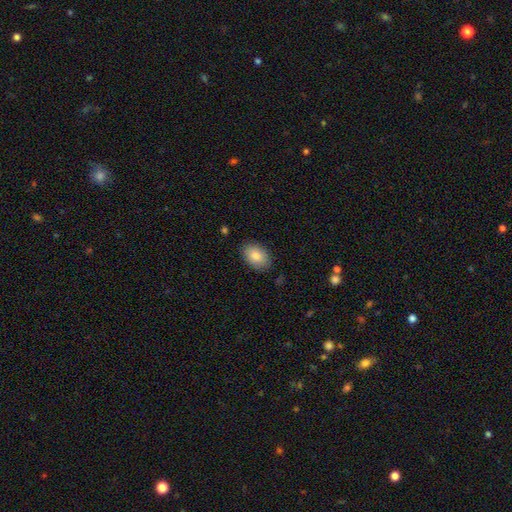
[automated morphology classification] Smooth or featured?
  - smooth: 85% *
  - featured or disk: 9%
  - star or artifact: 7%
How rounded?
  - in between: 87% *
  - round: 12%
  - cigar-shaped: 1%
Merging?
  - none: 85% *
  - minor disturbance: 11%
  - major disturbance: 2%
  - merger: 1%